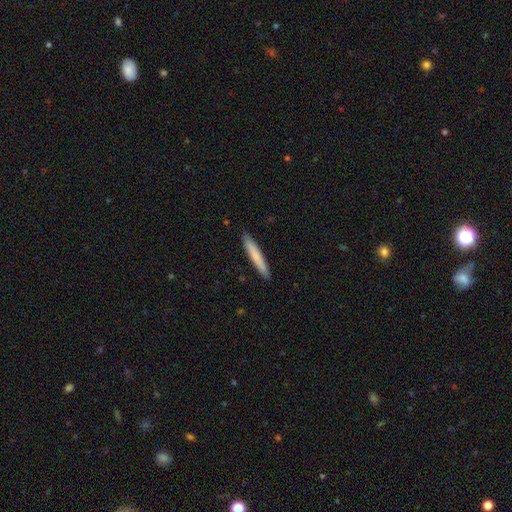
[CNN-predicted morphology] type=smooth (76%); roundness=cigar-shaped (95%); merging=none (91%).